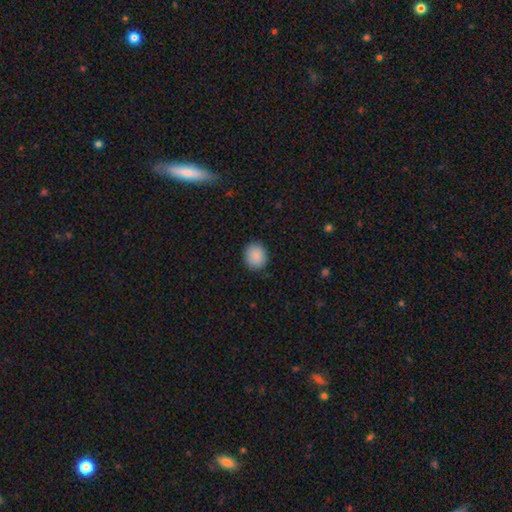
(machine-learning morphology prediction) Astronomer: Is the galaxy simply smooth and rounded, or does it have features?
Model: smooth — 90%.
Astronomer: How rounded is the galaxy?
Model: round — 75%.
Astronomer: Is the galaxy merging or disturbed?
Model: none — 88%.